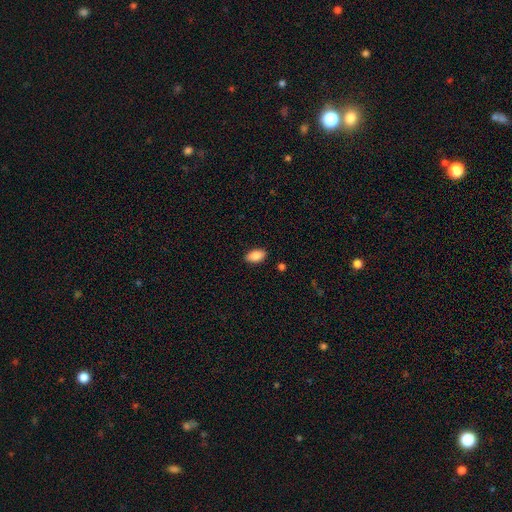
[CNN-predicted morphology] smooth-or-featured: smooth: 87% | star or artifact: 7% | featured or disk: 6%
  how-rounded: in between: 93% | round: 4% | cigar-shaped: 3%
  merging: none: 88% | minor disturbance: 8% | major disturbance: 2% | merger: 1%